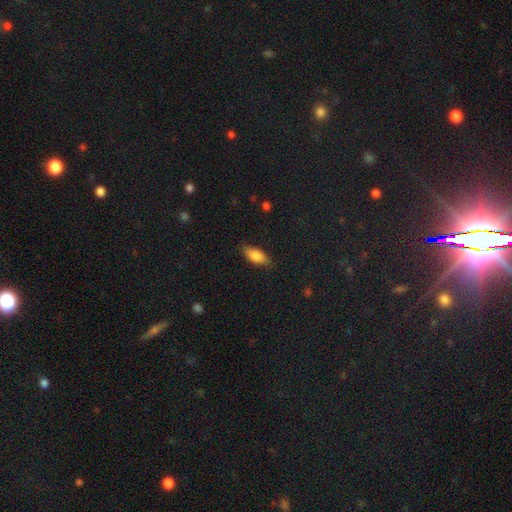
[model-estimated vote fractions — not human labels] Q: Smooth or featured?
A: smooth (82%); runner-up: featured or disk (11%)
Q: How rounded?
A: in between (85%); runner-up: cigar-shaped (13%)
Q: Merging?
A: none (83%); runner-up: minor disturbance (13%)